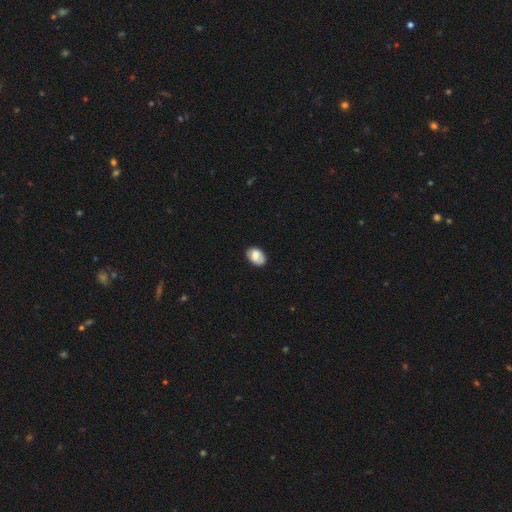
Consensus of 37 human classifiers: A smooth galaxy with no disk features (54%) that is in between round and cigar-shaped (85%). Merging: none (89%).